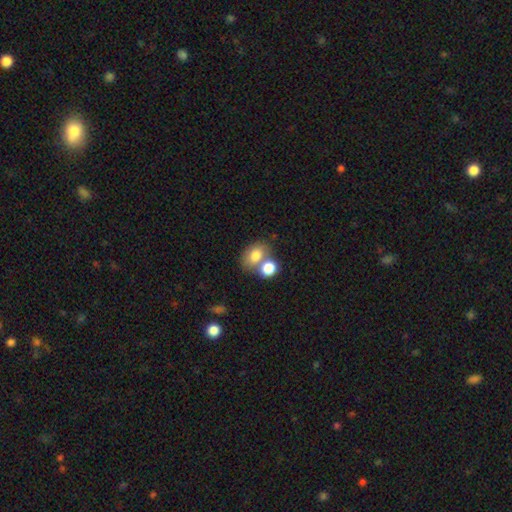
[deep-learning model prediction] smooth 78%, featured or disk 12%, star or artifact 10%. Down the decision tree: how rounded — in between (64%); merging — none (45%).